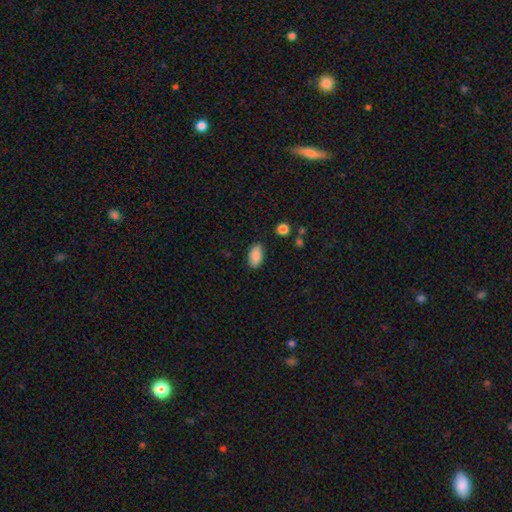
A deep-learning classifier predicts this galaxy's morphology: A smooth galaxy with no disk features (87%) that is in between round and cigar-shaped (94%).

Vote fractions:
- Smooth or featured? smooth: 87% / star or artifact: 7% / featured or disk: 6%
- How rounded? in between: 94% / round: 4% / cigar-shaped: 2%
- Merging? none: 85% / minor disturbance: 11% / major disturbance: 3% / merger: 2%